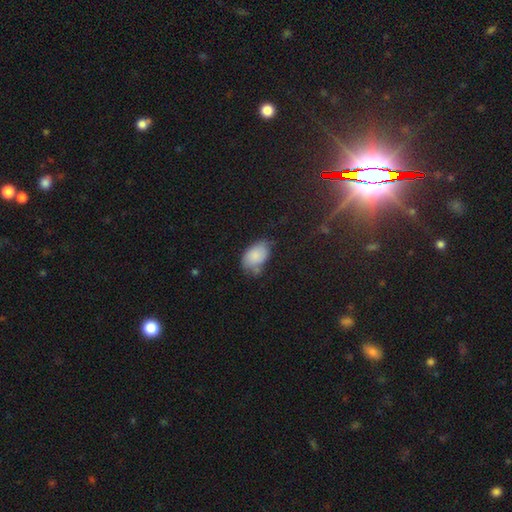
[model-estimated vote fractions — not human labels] Morphology: type=smooth (84%); roundness=in between (90%); merging=none (51%).